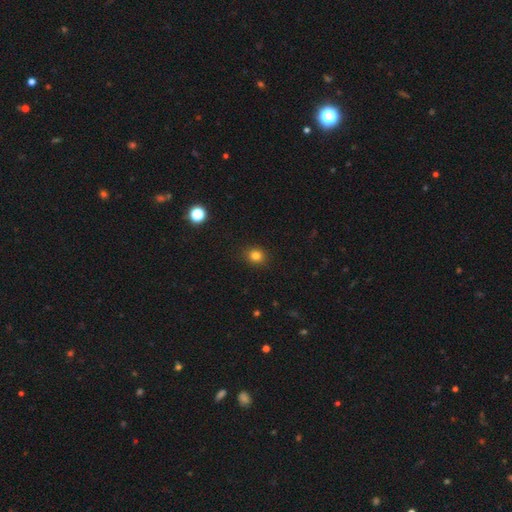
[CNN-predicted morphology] Smooth or featured: smooth — 81% (star or artifact — 13%)
How rounded: round — 76% (in between — 23%)
Merging: none — 89% (minor disturbance — 7%)